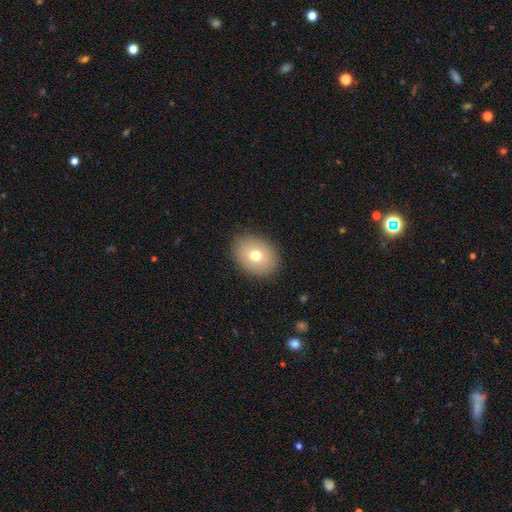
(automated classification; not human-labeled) Morphology: type=smooth (73%); roundness=in between (63%); merging=none (88%).